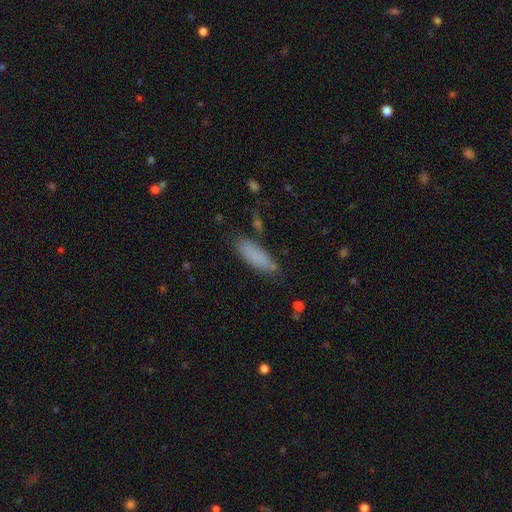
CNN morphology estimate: This appears to be a smooth galaxy with no disk features (83%) that is in between round and cigar-shaped (51%). Merging: none (75%).